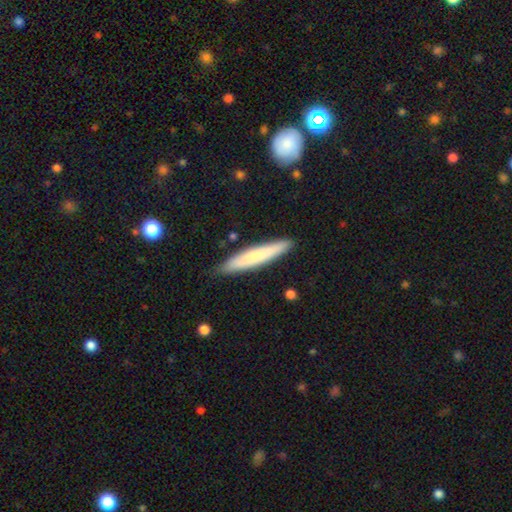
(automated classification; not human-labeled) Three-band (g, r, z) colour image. It shows a smooth galaxy with no disk features (68%) that is cigar-shaped (91%). Merging: none (84%).